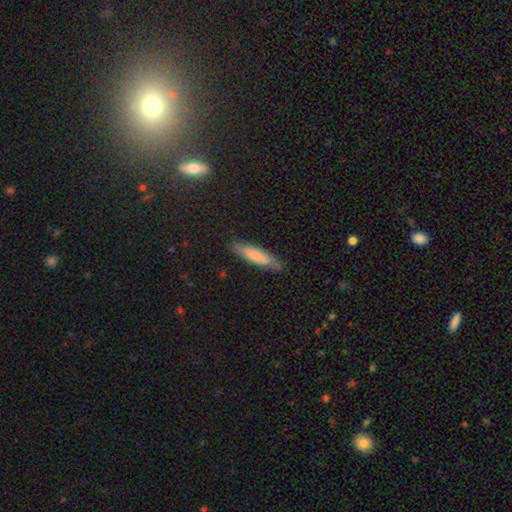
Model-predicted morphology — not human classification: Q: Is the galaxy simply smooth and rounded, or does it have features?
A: smooth — 65%.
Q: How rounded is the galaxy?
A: cigar-shaped — 65%.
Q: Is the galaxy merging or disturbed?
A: none — 80%.